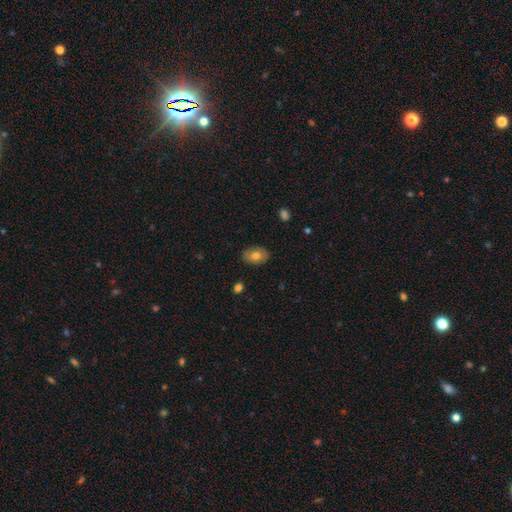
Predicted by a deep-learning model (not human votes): smooth-or-featured: smooth: 72% | featured or disk: 20% | star or artifact: 8%
  how-rounded: in between: 81% | round: 18% | cigar-shaped: 1%
  merging: none: 86% | minor disturbance: 11% | major disturbance: 2% | merger: 1%